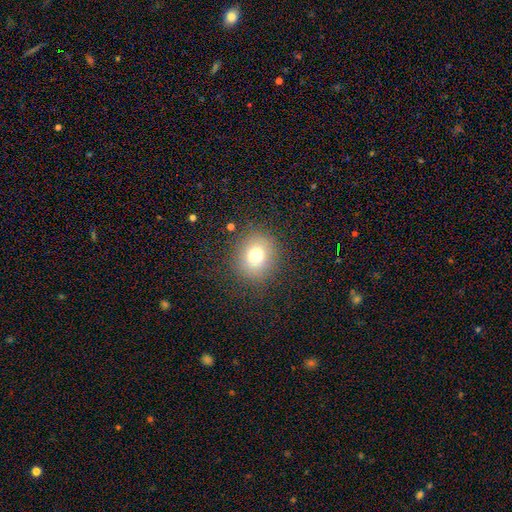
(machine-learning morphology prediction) Smooth or featured?
  - smooth: 74% *
  - star or artifact: 15%
  - featured or disk: 11%
How rounded?
  - round: 80% *
  - in between: 19%
  - cigar-shaped: 1%
Merging?
  - none: 85% *
  - minor disturbance: 9%
  - major disturbance: 5%
  - merger: 1%